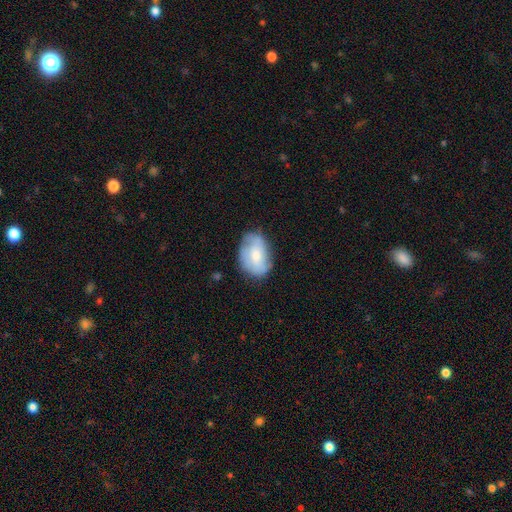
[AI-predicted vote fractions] This is possibly a smooth galaxy (54%). How rounded: clearly in between (82%). Merging: likely none (67%).